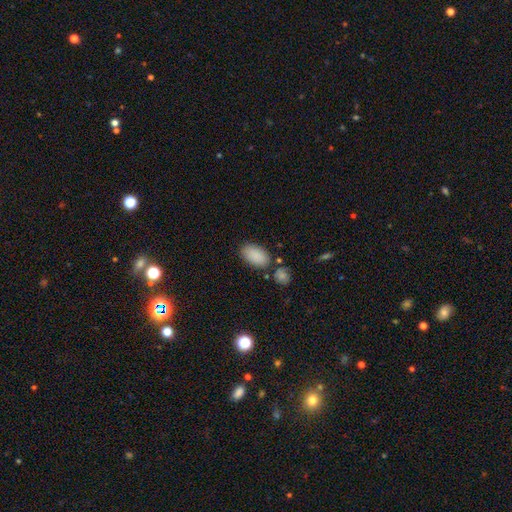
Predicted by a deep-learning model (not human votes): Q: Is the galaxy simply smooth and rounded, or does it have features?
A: smooth — 89%.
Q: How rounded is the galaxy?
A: in between — 94%.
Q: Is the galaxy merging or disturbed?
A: none — 79%.